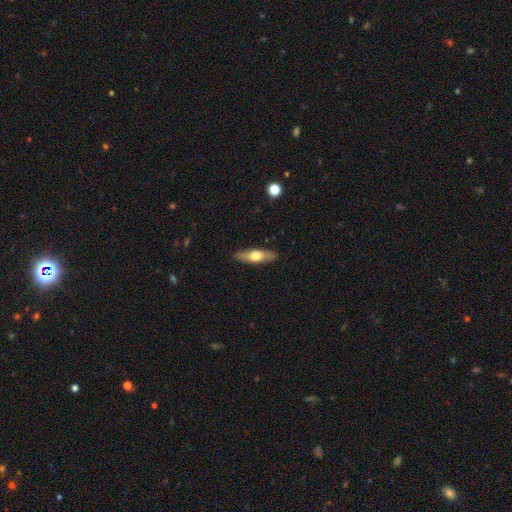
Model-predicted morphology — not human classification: Q: Smooth or featured?
A: smooth (55%); runner-up: featured or disk (39%)
Q: How rounded?
A: cigar-shaped (58%); runner-up: in between (39%)
Q: Merging?
A: none (88%); runner-up: minor disturbance (9%)